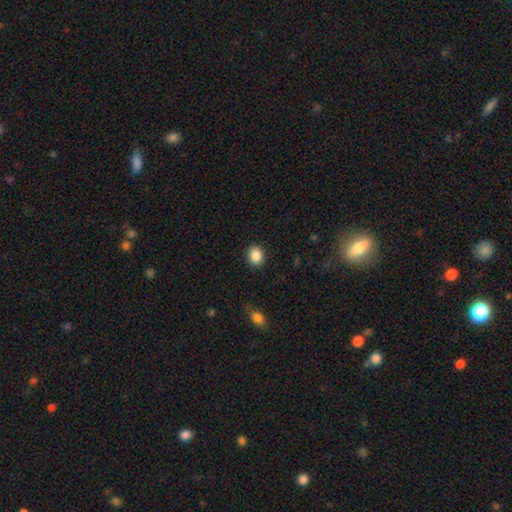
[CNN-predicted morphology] Smooth or featured? smooth (88%)
How rounded? round (69%)
Merging? none (89%)